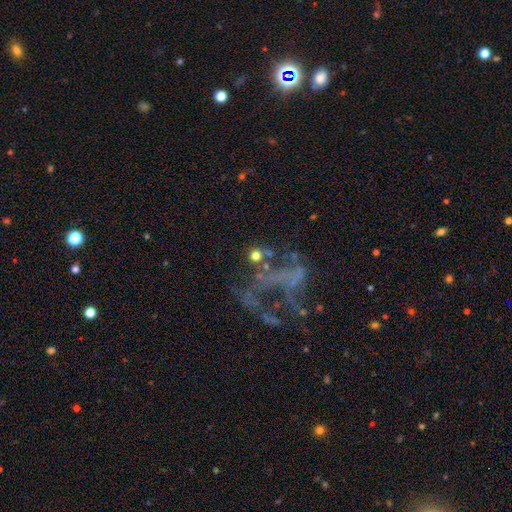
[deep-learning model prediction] This appears to be a smooth galaxy with no disk features (62%) that is round (90%). Merging: none (61%).